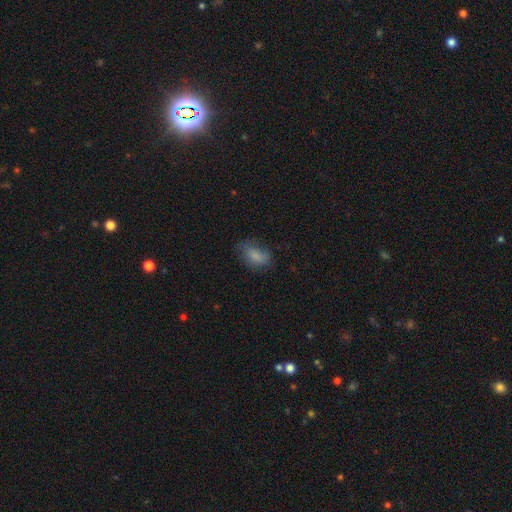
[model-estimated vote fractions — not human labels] Smooth or featured? Predicted: smooth (p=0.79). How rounded? Predicted: in between (p=0.87). Merging? Predicted: none (p=0.59).